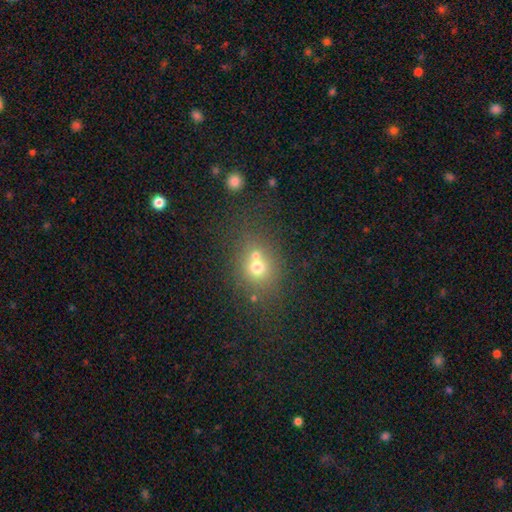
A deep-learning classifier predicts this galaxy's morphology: A smooth galaxy with no disk features (65%) that is round (73%).

Vote fractions:
- Smooth or featured? smooth: 65% / featured or disk: 18% / star or artifact: 17%
- How rounded? round: 73% / in between: 26% / cigar-shaped: 1%
- Merging? merger: 44% / none: 42% / minor disturbance: 9% / major disturbance: 5%